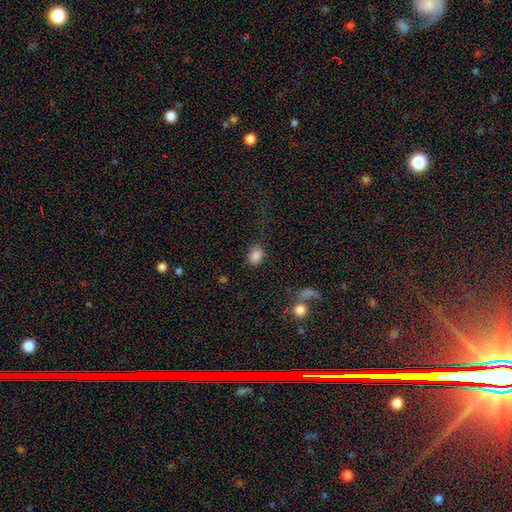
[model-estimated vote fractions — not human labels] Smooth or featured: smooth — 84% (star or artifact — 11%)
How rounded: in between — 70% (round — 29%)
Merging: none — 74% (minor disturbance — 15%)